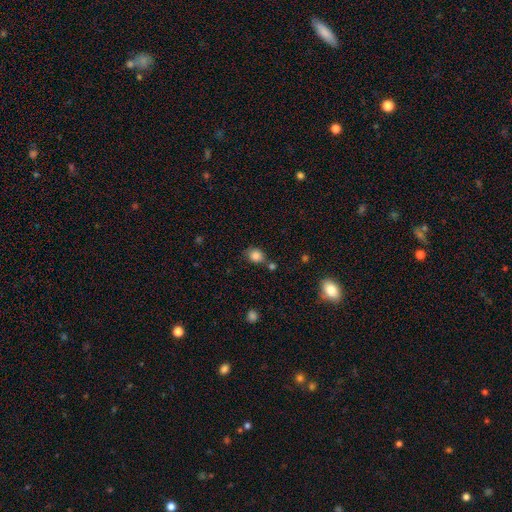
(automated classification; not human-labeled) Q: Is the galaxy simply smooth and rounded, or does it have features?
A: smooth — 83%.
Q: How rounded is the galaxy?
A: round — 67%.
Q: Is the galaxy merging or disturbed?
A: none — 64%.